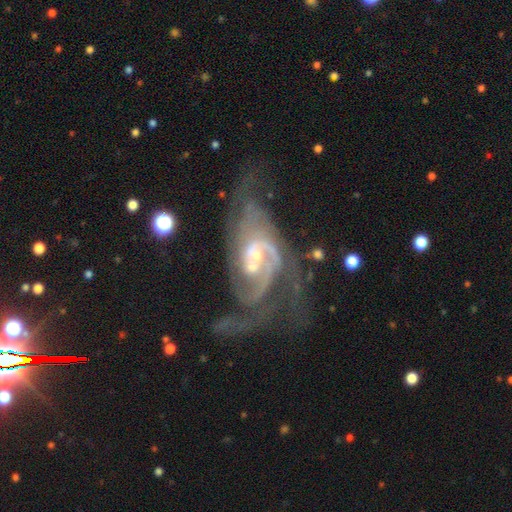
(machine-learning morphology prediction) The model was most divided on "merging": merger: 31%, major disturbance: 28%, none: 28%, minor disturbance: 14%. Remaining: edge-on disk — no (97%); spiral arms — yes (91%); smooth or featured — featured or disk (85%); bar — no (63%); bulge size — small (55%); spiral arm count — 2 (44%); spiral winding — medium (44%).